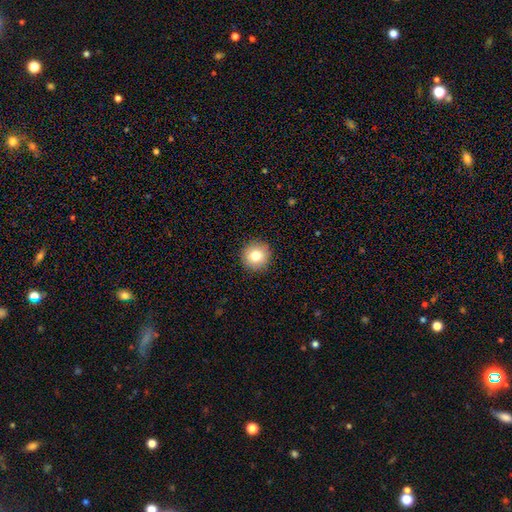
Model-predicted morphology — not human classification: smooth_or_featured: smooth (p=0.79) [alt: featured or disk p=0.11]
how_rounded: round (p=0.95) [alt: in between p=0.04]
merging: none (p=0.92) [alt: minor disturbance p=0.05]